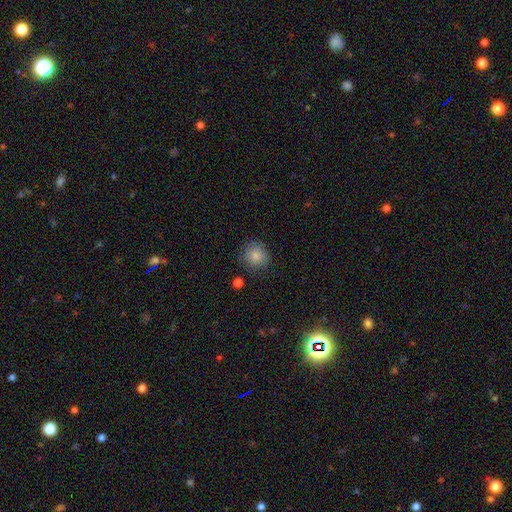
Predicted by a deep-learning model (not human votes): Smooth or featured? smooth (85%)
How rounded? round (86%)
Merging? none (82%)